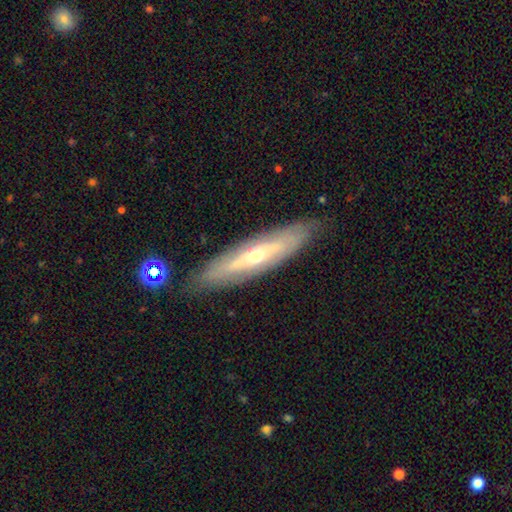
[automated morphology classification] featured or disk 68%, smooth 25%, star or artifact 7%. Down the decision tree: edge-on disk — yes (55%); merging — none (83%).